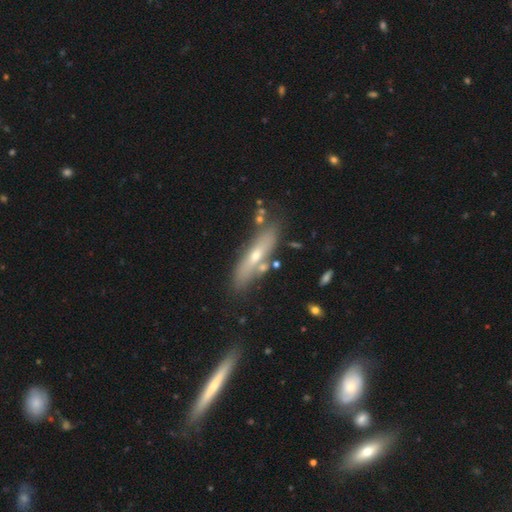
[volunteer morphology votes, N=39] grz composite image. It shows a featured or disk galaxy (67%) viewed edge-on (73%) with a rounded central bulge (79%). Merging: none (71%).